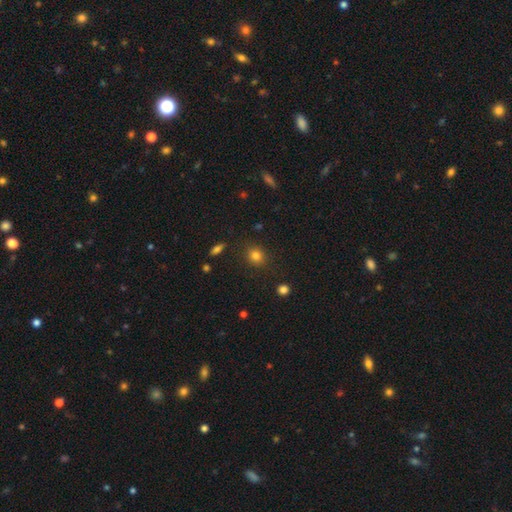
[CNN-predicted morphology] This is clearly a smooth galaxy (82%). How rounded: likely round (77%). Merging: clearly none (86%).